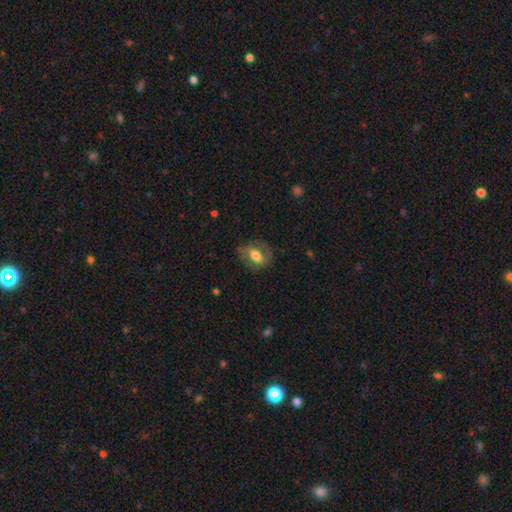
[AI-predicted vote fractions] A smooth galaxy with no disk features (55%) that is in between round and cigar-shaped (69%). Merging: none (67%).